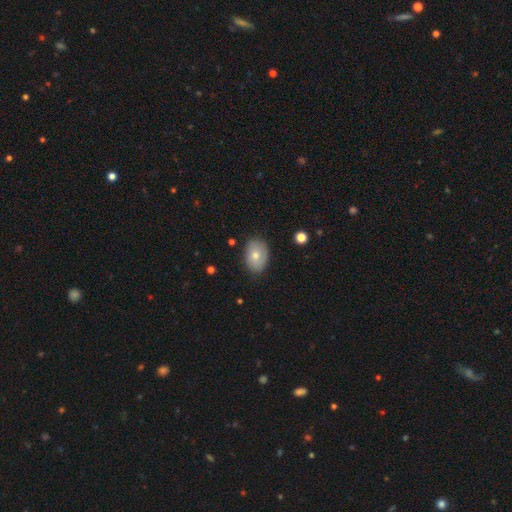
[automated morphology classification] Overall: smooth (74%). How rounded: in between (79%). Merging: none (82%).